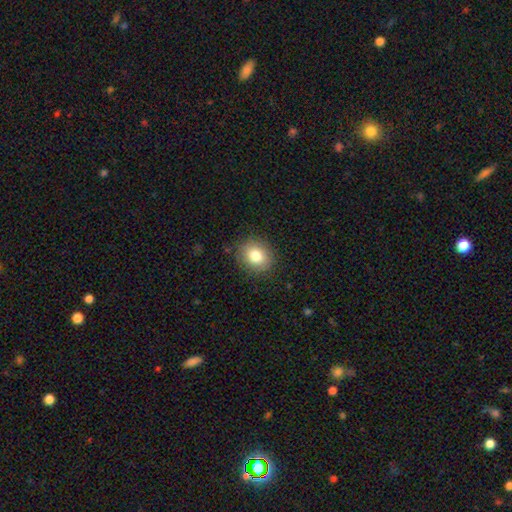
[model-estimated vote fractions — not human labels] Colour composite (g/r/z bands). It shows a smooth galaxy with no disk features (81%) that is round (65%). Merging: none (86%).